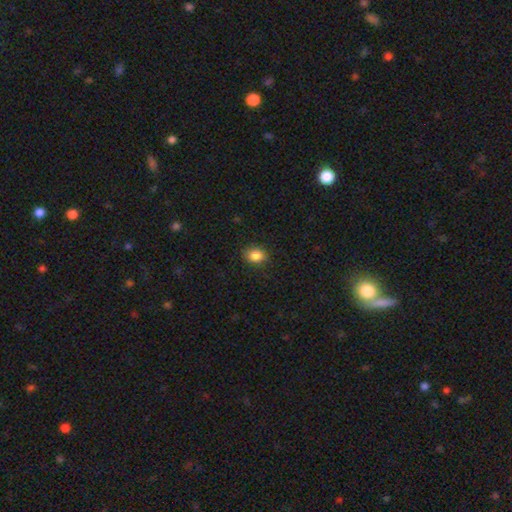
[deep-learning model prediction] smooth 85%, star or artifact 10%, featured or disk 5%. Down the decision tree: how rounded — in between (56%); merging — none (83%).